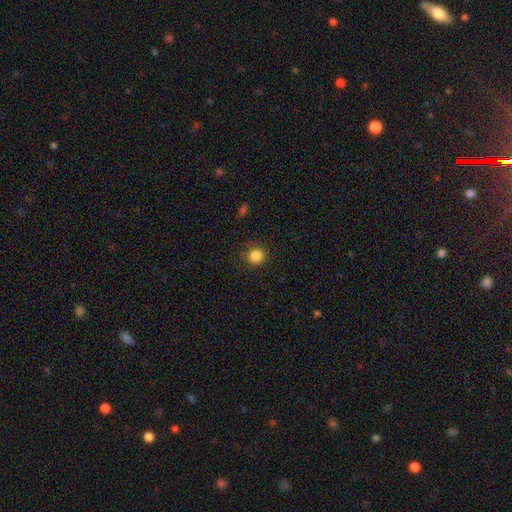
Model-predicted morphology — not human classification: smooth-or-featured: smooth: 85% | star or artifact: 11% | featured or disk: 4%
  how-rounded: round: 94% | in between: 5% | cigar-shaped: 1%
  merging: none: 87% | minor disturbance: 9% | major disturbance: 3% | merger: 1%